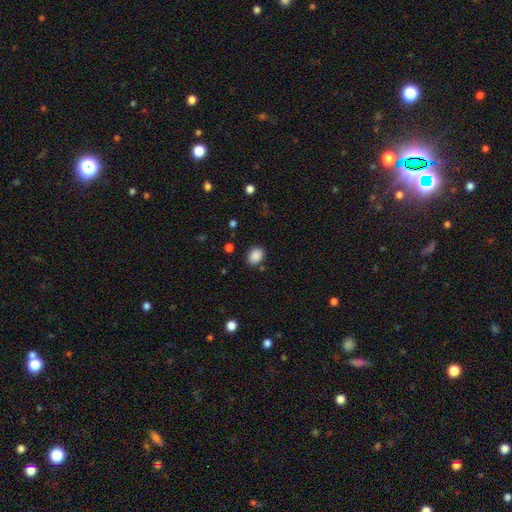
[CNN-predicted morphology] This is clearly a smooth galaxy (88%). How rounded: likely in between (61%). Merging: clearly none (82%).